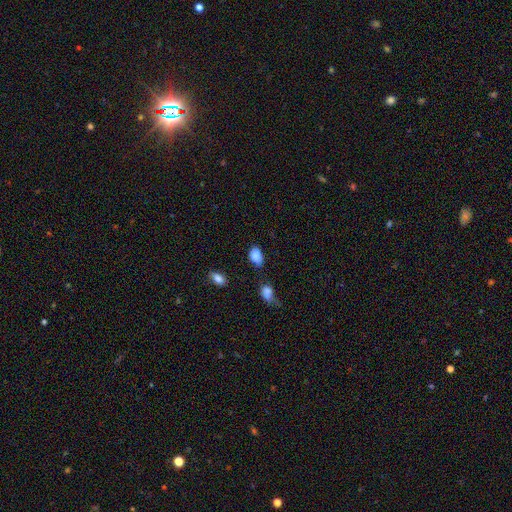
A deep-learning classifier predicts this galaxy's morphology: This is clearly a smooth galaxy (86%). How rounded: clearly in between (87%). Merging: possibly none (55%).